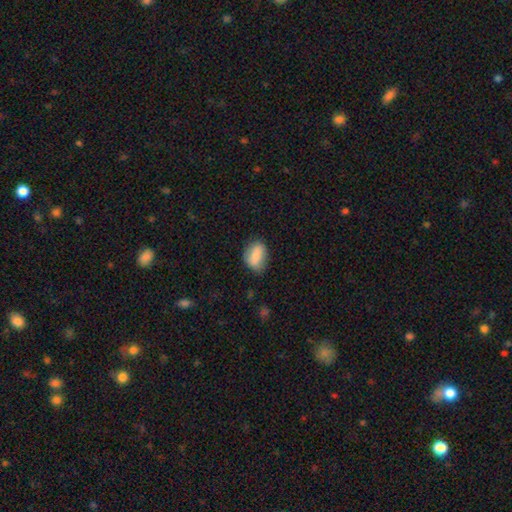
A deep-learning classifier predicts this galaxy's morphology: type=smooth (81%); roundness=in between (80%); merging=none (70%).